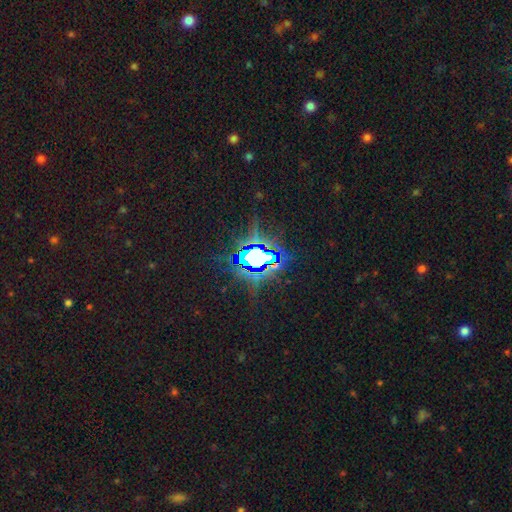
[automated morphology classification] type=star or artifact (75%).